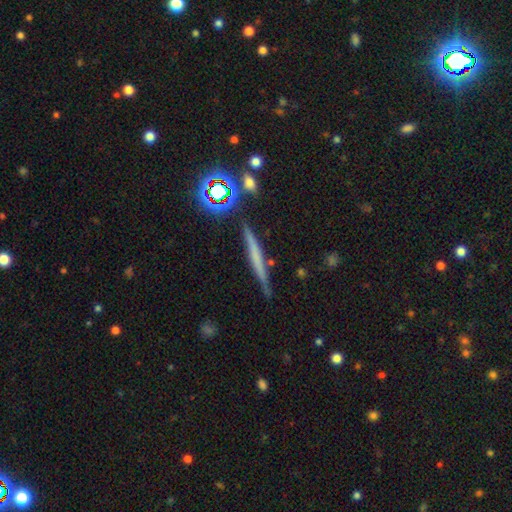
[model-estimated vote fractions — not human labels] Morphology: type=smooth (45%); merging=none (84%).